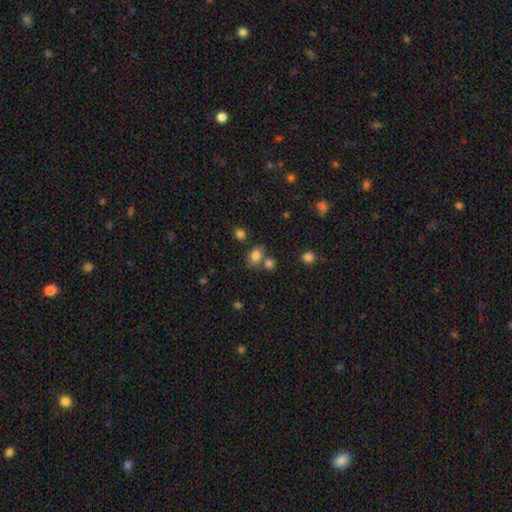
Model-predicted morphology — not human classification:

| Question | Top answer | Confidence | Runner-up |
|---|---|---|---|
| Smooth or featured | smooth | 79% | star or artifact (13%) |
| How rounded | in between | 61% | round (38%) |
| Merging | none | 58% | merger (23%) |